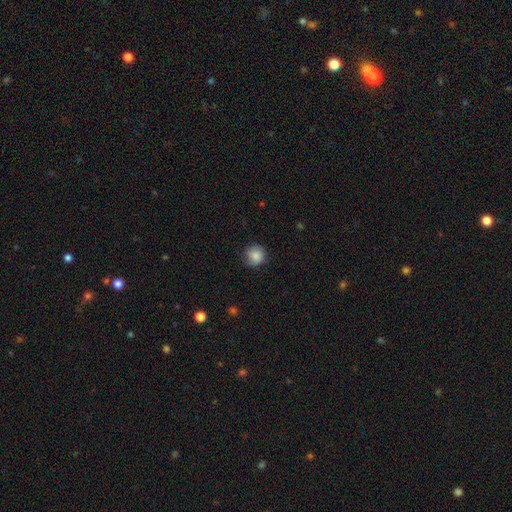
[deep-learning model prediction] Smooth or featured: smooth — 85% (star or artifact — 8%)
How rounded: round — 91% (in between — 9%)
Merging: none — 76% (minor disturbance — 19%)